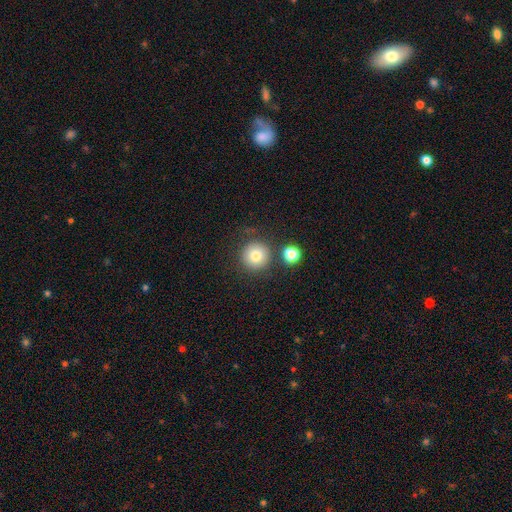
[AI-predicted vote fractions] Q: Smooth or featured?
A: smooth (80%); runner-up: star or artifact (11%)
Q: How rounded?
A: round (96%); runner-up: in between (3%)
Q: Merging?
A: none (80%); runner-up: minor disturbance (9%)